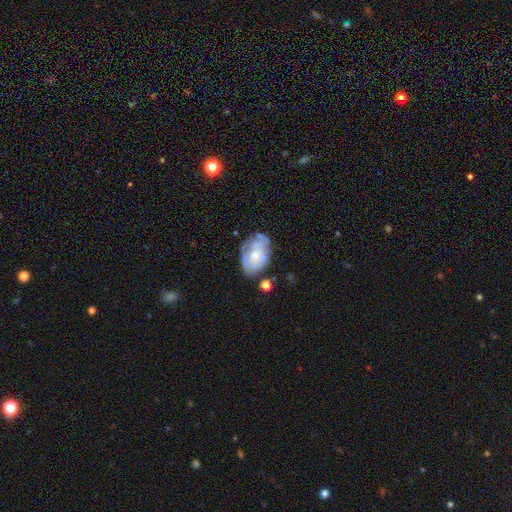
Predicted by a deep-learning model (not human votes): A featured or disk galaxy (67%) with no bar (83%), spiral arms (65%) and a small central bulge (55%).

Vote fractions:
- Smooth or featured? featured or disk: 67% / smooth: 26% / star or artifact: 7%
- Edge-on disk? no: 97% / yes: 3%
- Bar? no: 83% / weak: 15% / strong: 3%
- Spiral arms? yes: 65% / no: 35%
- Bulge size? small: 55% / moderate: 38% / none: 3% / large: 3% / dominant: 1%
- Merging? none: 58% / minor disturbance: 25% / major disturbance: 10% / merger: 6%